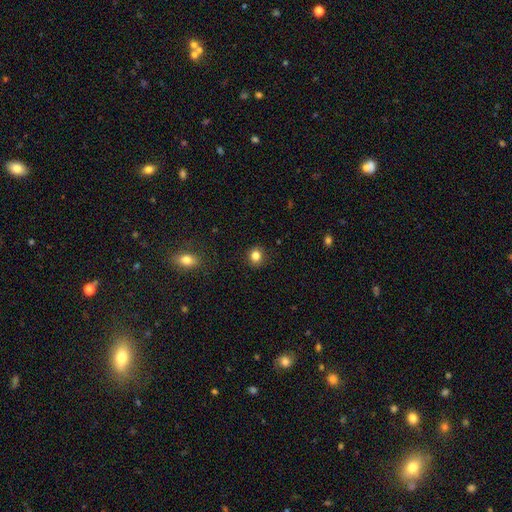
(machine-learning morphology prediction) smooth_or_featured: smooth (p=0.83) [alt: star or artifact p=0.12]
how_rounded: round (p=0.81) [alt: in between p=0.18]
merging: none (p=0.88) [alt: minor disturbance p=0.09]